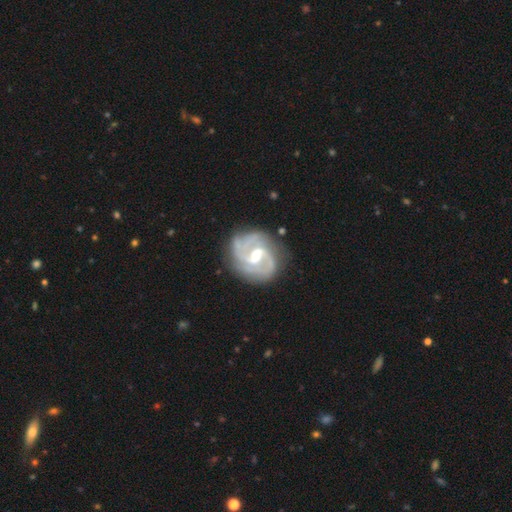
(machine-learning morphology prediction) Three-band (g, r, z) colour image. It shows a featured or disk galaxy (91%) with a weak bar (56%), 2 (45%) medium (46%) spiral arms (98%) and a moderate central bulge (60%). Merging: none (78%).